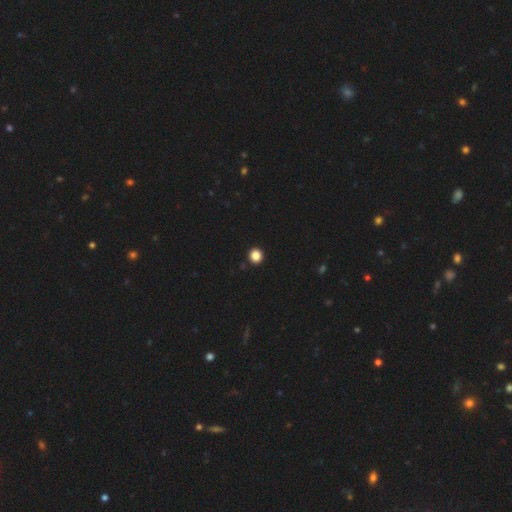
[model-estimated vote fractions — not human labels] Morphology: type=smooth (86%); roundness=round (90%); merging=none (93%).